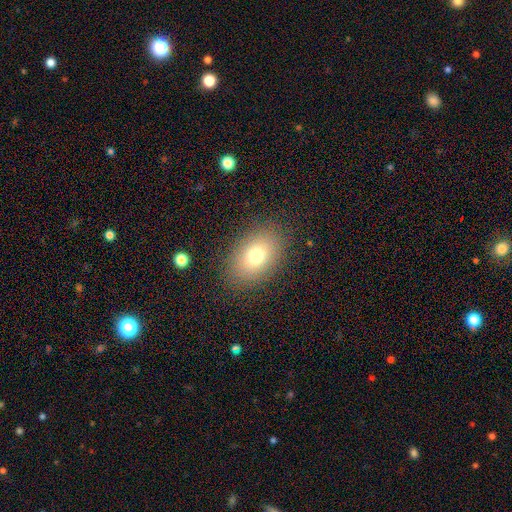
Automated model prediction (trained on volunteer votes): Smooth or featured?
  - smooth: 75% *
  - featured or disk: 14%
  - star or artifact: 11%
How rounded?
  - in between: 82% *
  - round: 17%
  - cigar-shaped: 1%
Merging?
  - none: 85% *
  - minor disturbance: 10%
  - major disturbance: 4%
  - merger: 1%